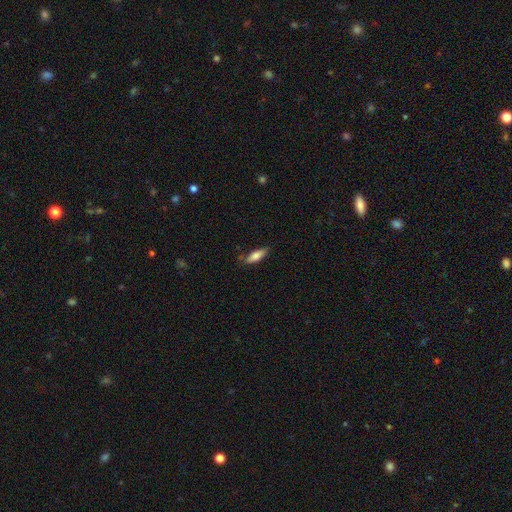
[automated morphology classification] Q: Smooth or featured?
A: smooth (76%); runner-up: featured or disk (18%)
Q: How rounded?
A: in between (54%); runner-up: cigar-shaped (44%)
Q: Merging?
A: none (77%); runner-up: minor disturbance (18%)